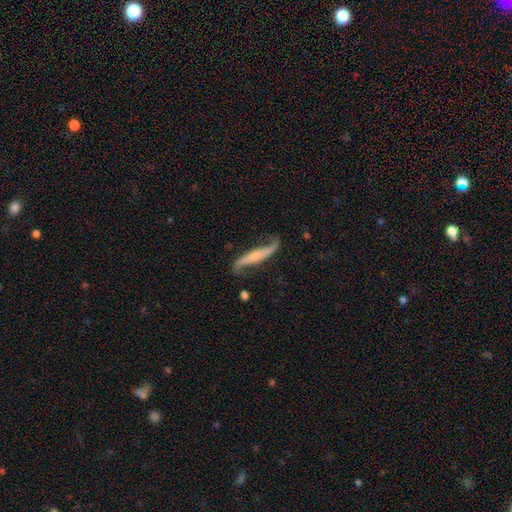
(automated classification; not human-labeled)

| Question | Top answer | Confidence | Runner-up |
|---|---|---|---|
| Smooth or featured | featured or disk | 81% | smooth (14%) |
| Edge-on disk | no | 66% | yes (34%) |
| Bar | no | 48% | strong (27%) |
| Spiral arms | yes | 94% | no (6%) |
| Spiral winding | loose | 87% | medium (9%) |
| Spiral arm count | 2 | 91% | 1 (4%) |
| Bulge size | small | 55% | moderate (25%) |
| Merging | none | 70% | minor disturbance (20%) |